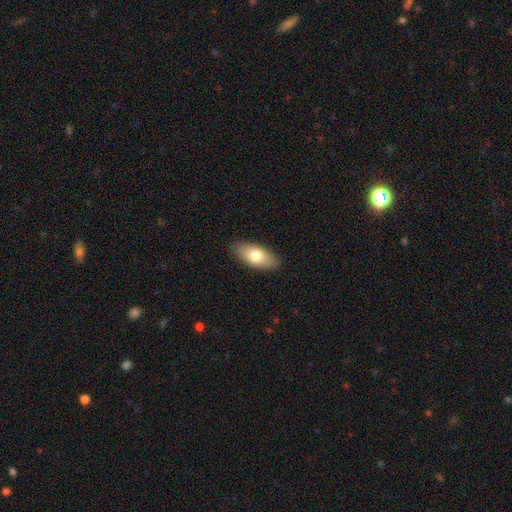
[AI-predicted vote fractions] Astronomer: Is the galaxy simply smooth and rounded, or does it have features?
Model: smooth — 75%.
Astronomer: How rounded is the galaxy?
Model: in between — 88%.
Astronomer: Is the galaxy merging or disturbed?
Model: none — 86%.